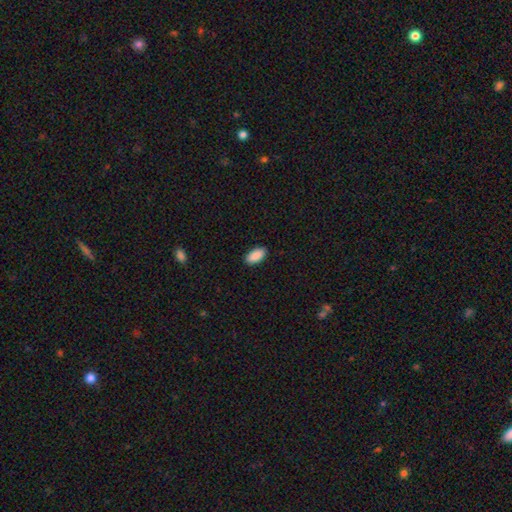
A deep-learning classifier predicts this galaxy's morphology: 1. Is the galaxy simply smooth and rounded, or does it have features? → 90% smooth, 6% star or artifact, 4% featured or disk.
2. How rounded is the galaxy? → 93% in between, 5% cigar-shaped, 2% round.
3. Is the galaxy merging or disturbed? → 90% none, 7% minor disturbance, 2% major disturbance, 1% merger.